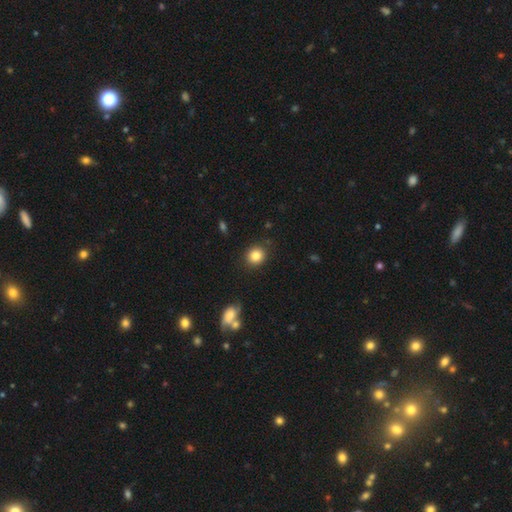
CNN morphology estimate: Smooth or featured? smooth (84%)
How rounded? round (81%)
Merging? none (87%)